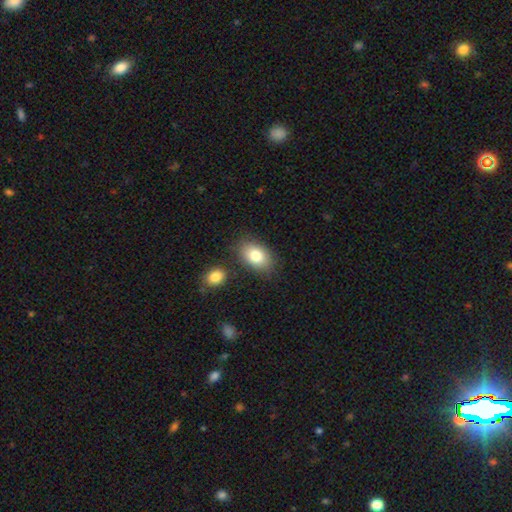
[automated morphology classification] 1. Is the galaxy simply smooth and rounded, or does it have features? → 81% smooth, 11% featured or disk, 8% star or artifact.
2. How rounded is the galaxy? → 85% in between, 13% round, 1% cigar-shaped.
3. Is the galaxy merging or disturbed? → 79% none, 11% minor disturbance, 7% merger, 3% major disturbance.